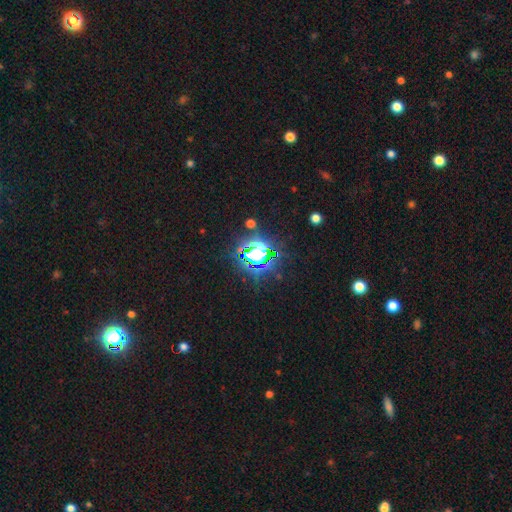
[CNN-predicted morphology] The model was most divided on "smooth or featured": star or artifact: 70%, smooth: 19%, featured or disk: 10%.